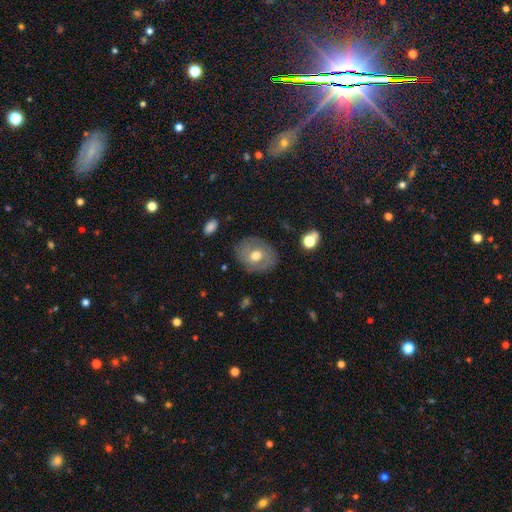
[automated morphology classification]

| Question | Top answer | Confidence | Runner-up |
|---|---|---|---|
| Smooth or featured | featured or disk | 46% | smooth (44%) |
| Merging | none | 81% | minor disturbance (13%) |